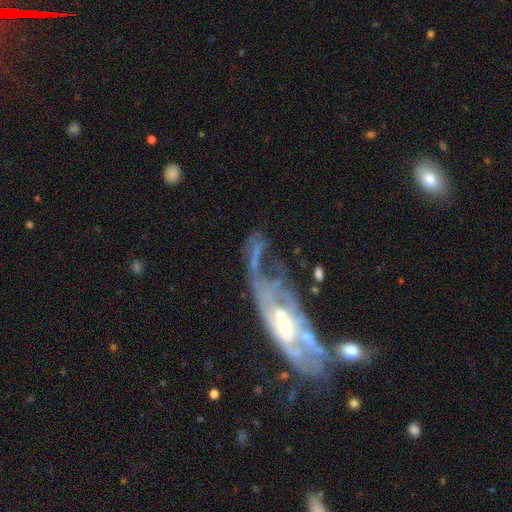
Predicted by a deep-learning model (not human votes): A featured or disk galaxy (73%) with no bar (51%), spiral arms (68%) and a moderate central bulge (45%). Merging: major disturbance (37%).